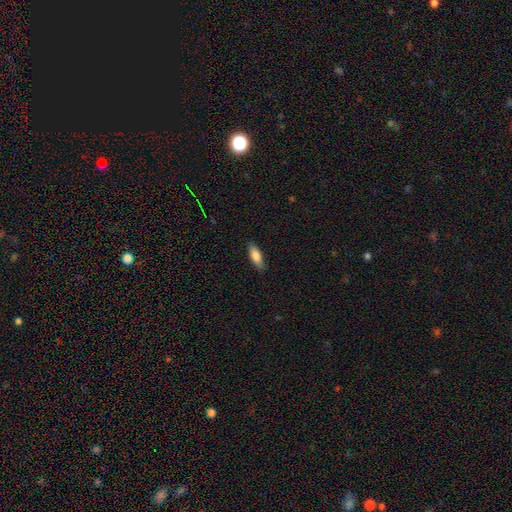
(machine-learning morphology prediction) This is clearly a smooth galaxy (83%). How rounded: likely in between (67%). Merging: clearly none (83%).